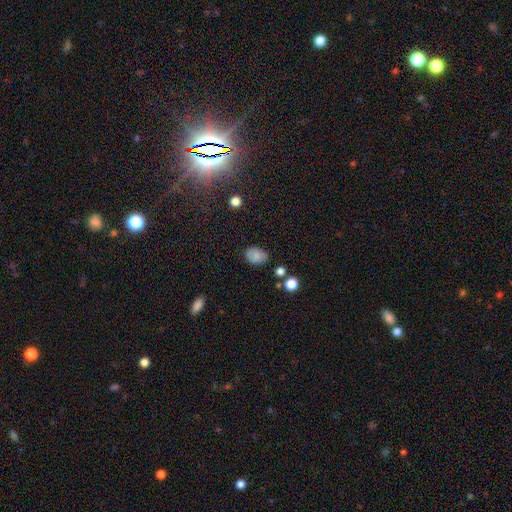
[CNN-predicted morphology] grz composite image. It shows a smooth galaxy with no disk features (81%) that is in between round and cigar-shaped (73%). Merging: none (78%).